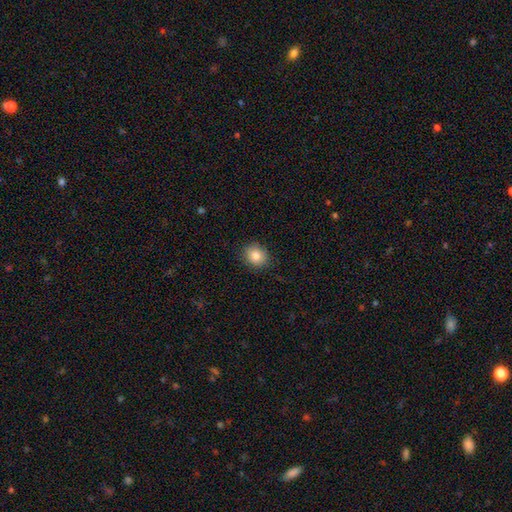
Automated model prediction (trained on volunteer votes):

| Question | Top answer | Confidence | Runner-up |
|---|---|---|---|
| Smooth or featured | smooth | 83% | star or artifact (10%) |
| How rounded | round | 72% | in between (27%) |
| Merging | none | 89% | minor disturbance (8%) |